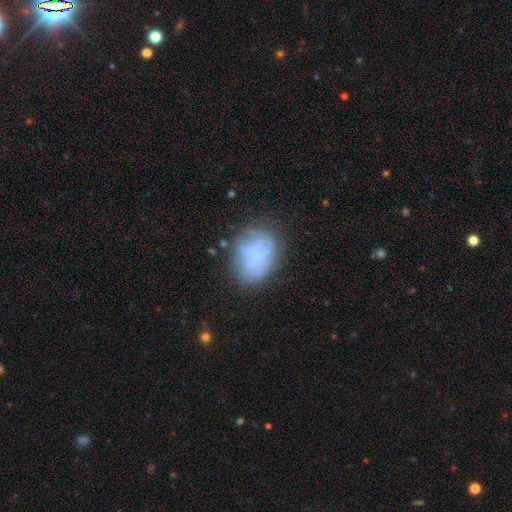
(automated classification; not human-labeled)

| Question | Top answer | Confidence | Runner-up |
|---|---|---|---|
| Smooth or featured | smooth | 54% | featured or disk (34%) |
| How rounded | in between | 63% | round (36%) |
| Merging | none | 57% | minor disturbance (25%) |